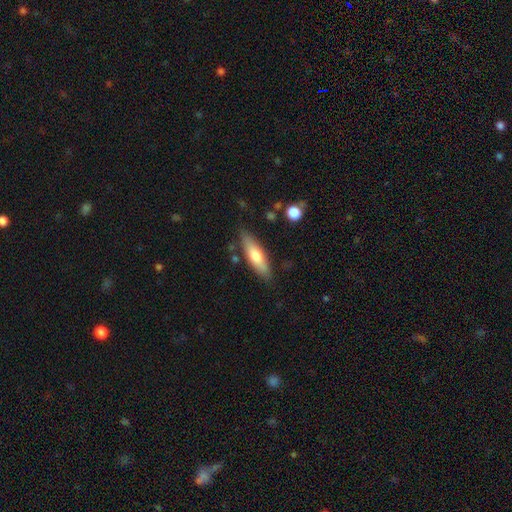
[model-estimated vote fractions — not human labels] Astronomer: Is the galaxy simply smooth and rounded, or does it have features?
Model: smooth — 66%.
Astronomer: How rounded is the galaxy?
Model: cigar-shaped — 55% (runner-up: in between, 43%).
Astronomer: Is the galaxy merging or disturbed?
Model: none — 81%.